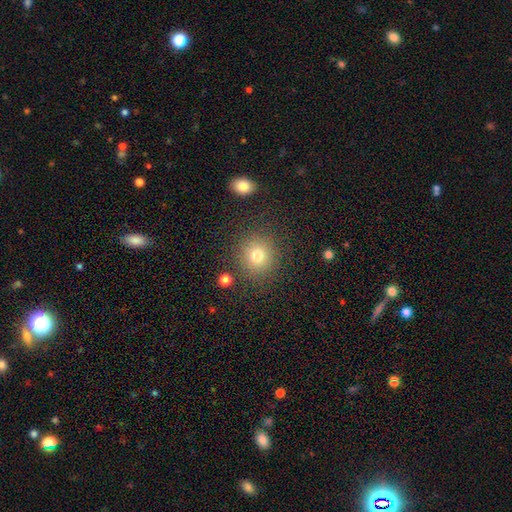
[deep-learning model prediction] The model was most divided on "smooth or featured": smooth: 77%, star or artifact: 14%, featured or disk: 9%. More confident: how rounded — round (90%); merging — none (87%).